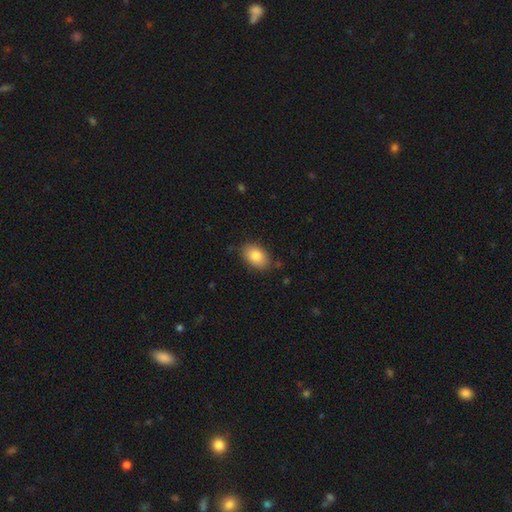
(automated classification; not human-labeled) Smooth or featured? Predicted: smooth (p=0.84). How rounded? Predicted: in between (p=0.87). Merging? Predicted: none (p=0.82).